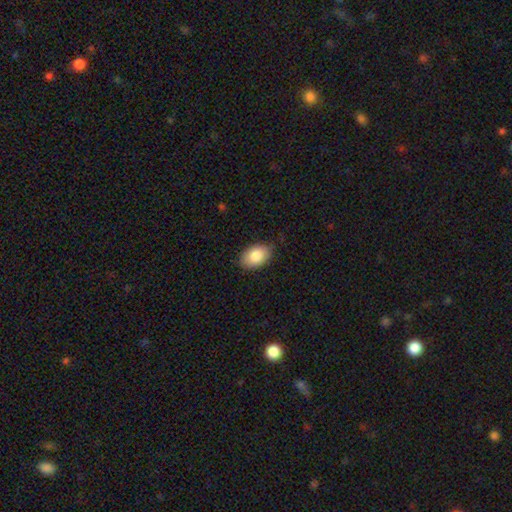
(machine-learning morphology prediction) type=smooth (85%); roundness=in between (90%); merging=none (81%).